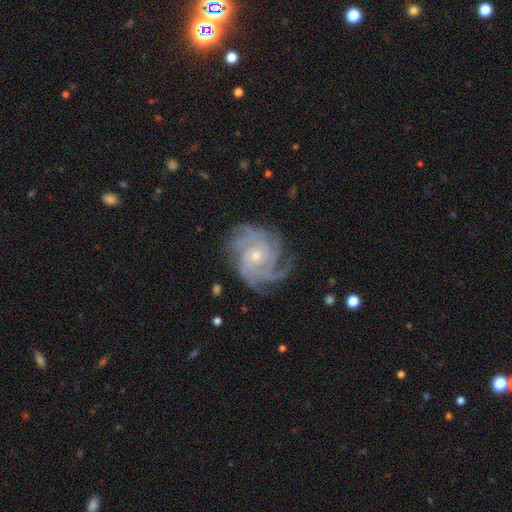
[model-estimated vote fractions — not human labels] Smooth or featured? featured or disk (90%)
Edge-on disk? no (98%)
Bar? no (74%)
Spiral arms? yes (98%)
Spiral winding? tight (63%)
Spiral arm count? 4 (32%)
Bulge size? small (62%)
Merging? none (76%)